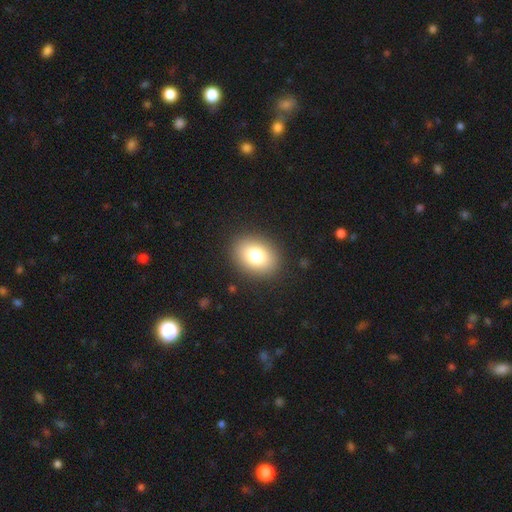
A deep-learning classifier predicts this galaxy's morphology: This is clearly a smooth galaxy (80%). How rounded: likely in between (65%). Merging: clearly none (89%).